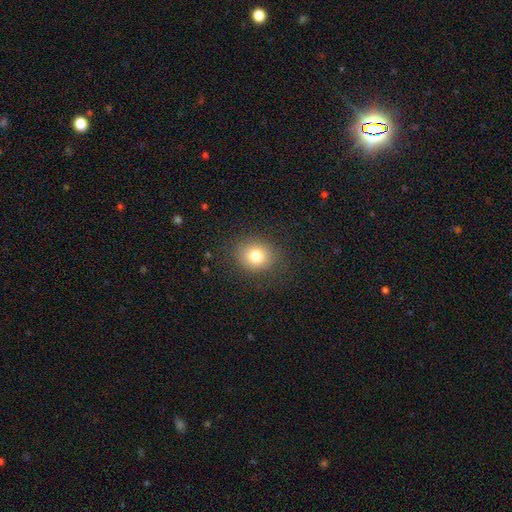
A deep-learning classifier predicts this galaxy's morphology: Smooth or featured?
  - smooth: 79% *
  - star or artifact: 12%
  - featured or disk: 9%
How rounded?
  - round: 72% *
  - in between: 27%
  - cigar-shaped: 1%
Merging?
  - none: 84% *
  - minor disturbance: 10%
  - major disturbance: 5%
  - merger: 1%